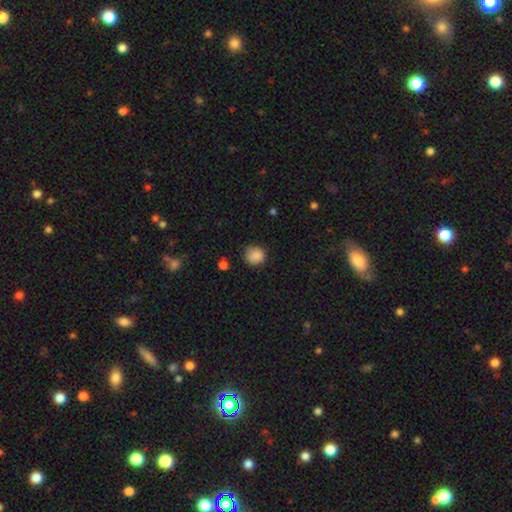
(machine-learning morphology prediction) This appears to be a smooth galaxy with no disk features (87%) that is round (85%). Merging: none (79%).